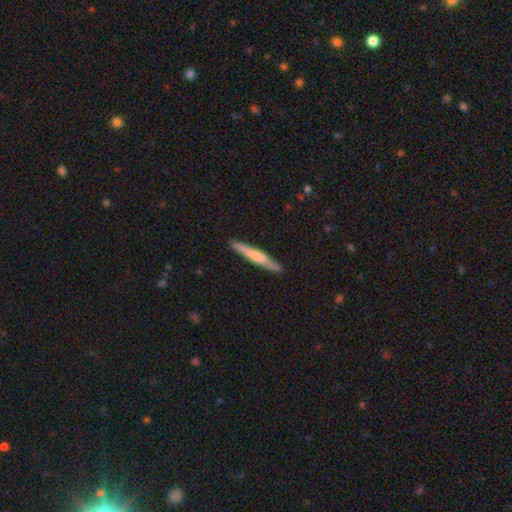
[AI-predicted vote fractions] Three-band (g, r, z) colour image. It shows a smooth galaxy with no disk features (55%) that is cigar-shaped (95%). Merging: none (89%).